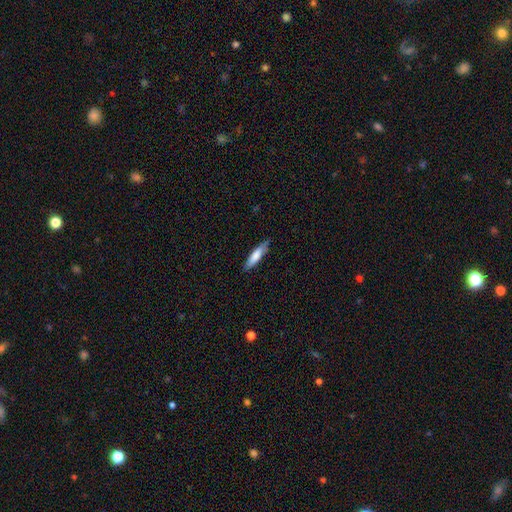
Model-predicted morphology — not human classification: Smooth or featured? smooth (76%)
How rounded? cigar-shaped (72%)
Merging? none (80%)